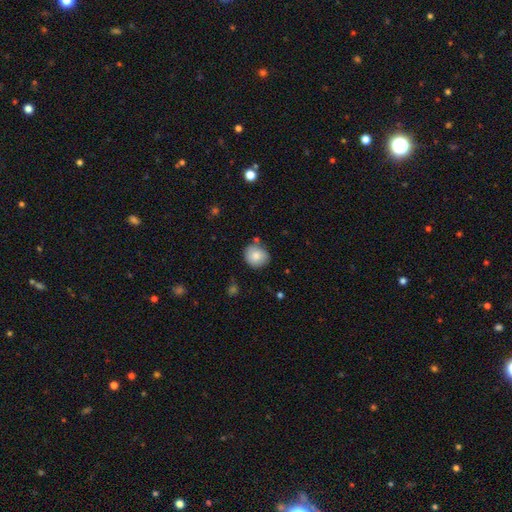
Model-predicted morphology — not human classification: Overall: smooth (84%). How rounded: round (83%). Merging: none (77%).